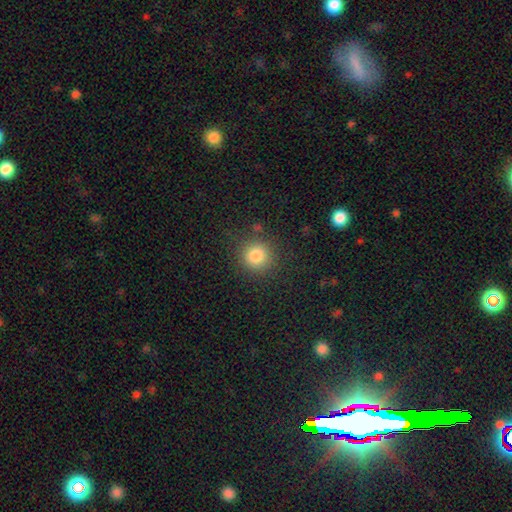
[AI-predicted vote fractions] smooth-or-featured: smooth: 83% | star or artifact: 12% | featured or disk: 6%
  how-rounded: round: 91% | in between: 8% | cigar-shaped: 1%
  merging: none: 86% | minor disturbance: 8% | major disturbance: 3% | merger: 2%